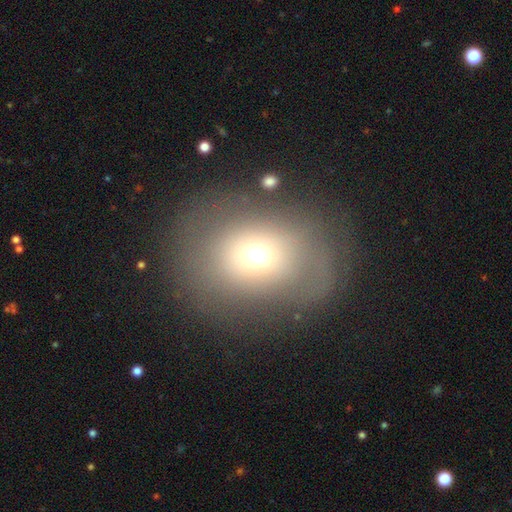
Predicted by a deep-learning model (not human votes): Overall: smooth (64%). How rounded: round (49%, tied with in between). Merging: none (68%).